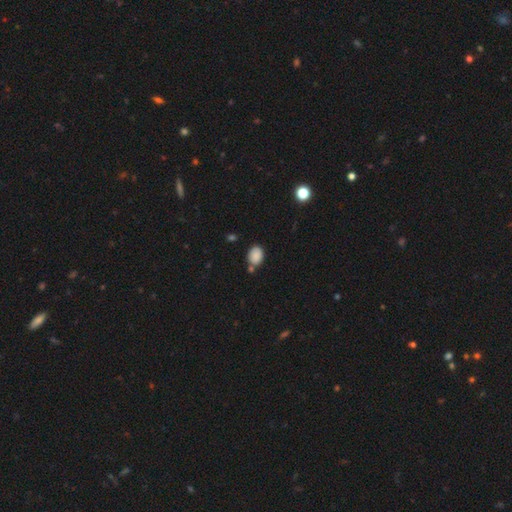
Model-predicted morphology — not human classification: smooth-or-featured: smooth: 87% | star or artifact: 9% | featured or disk: 4%
  how-rounded: in between: 69% | round: 30% | cigar-shaped: 1%
  merging: none: 67% | minor disturbance: 16% | merger: 14% | major disturbance: 4%